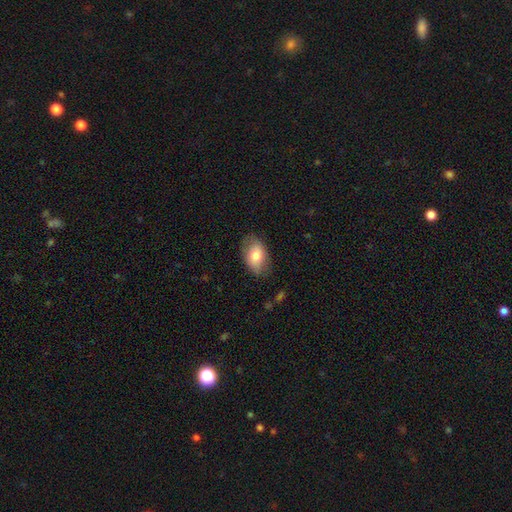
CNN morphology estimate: Smooth or featured? Predicted: smooth (p=0.75). How rounded? Predicted: in between (p=0.90). Merging? Predicted: none (p=0.78).